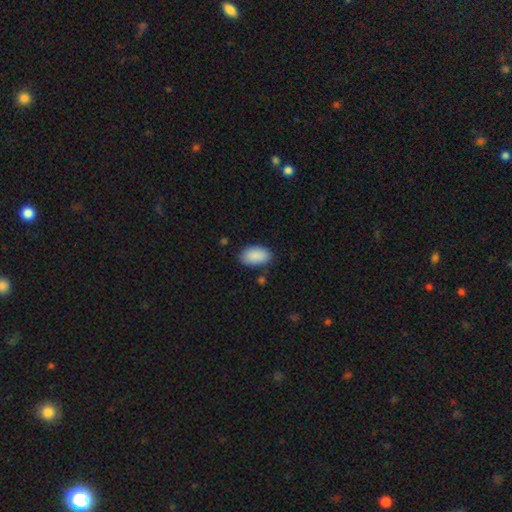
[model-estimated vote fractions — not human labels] Smooth or featured: smooth — 90% (star or artifact — 6%)
How rounded: in between — 94% (round — 4%)
Merging: none — 81% (minor disturbance — 14%)